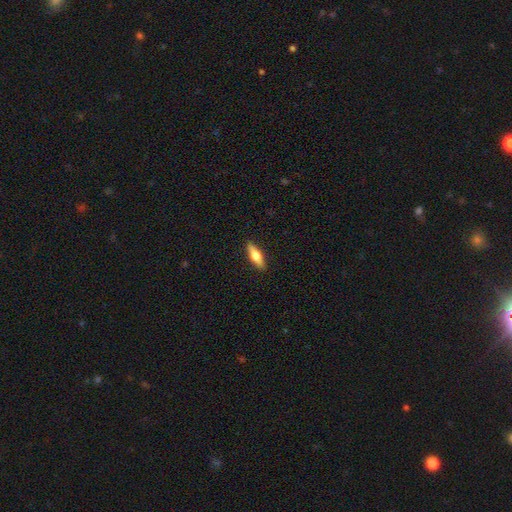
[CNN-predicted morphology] This appears to be a smooth galaxy with no disk features (54%) that is cigar-shaped (53%). Merging: none (90%).